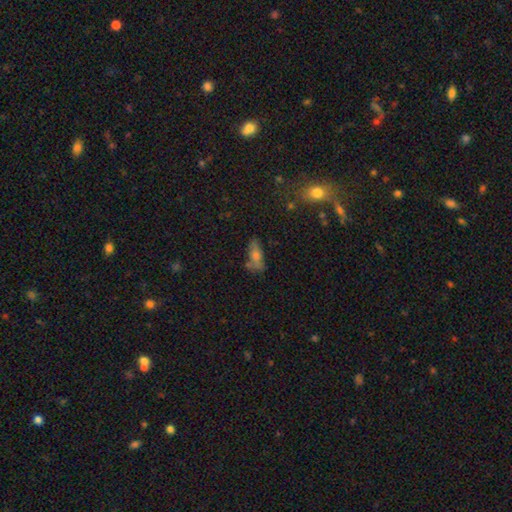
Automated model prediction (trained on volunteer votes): Smooth or featured?
  - smooth: 56% *
  - featured or disk: 27%
  - star or artifact: 18%
How rounded?
  - in between: 71% *
  - cigar-shaped: 22%
  - round: 7%
Merging?
  - none: 57% *
  - minor disturbance: 22%
  - merger: 10%
  - major disturbance: 10%